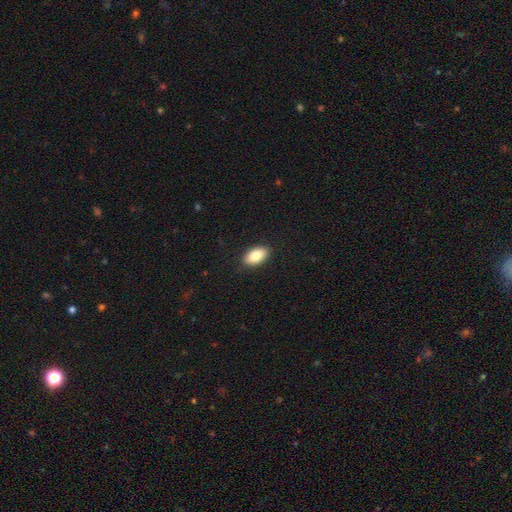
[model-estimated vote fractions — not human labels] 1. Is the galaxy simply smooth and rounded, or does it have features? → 83% smooth, 10% featured or disk, 7% star or artifact.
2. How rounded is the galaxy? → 93% in between, 5% round, 2% cigar-shaped.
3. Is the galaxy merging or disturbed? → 90% none, 8% minor disturbance, 2% major disturbance, 1% merger.